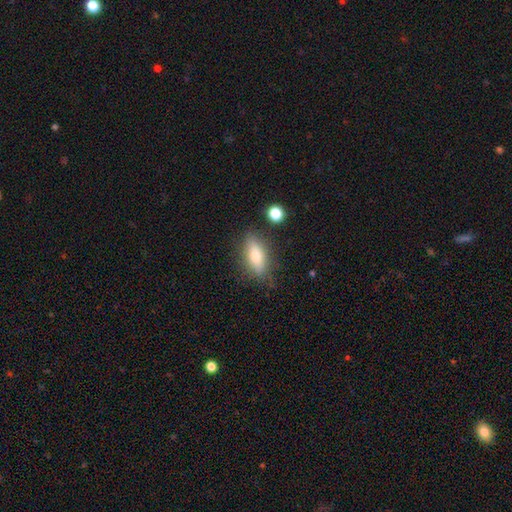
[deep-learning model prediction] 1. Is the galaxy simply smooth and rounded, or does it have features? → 66% smooth, 26% featured or disk, 8% star or artifact.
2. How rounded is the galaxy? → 66% in between, 30% cigar-shaped, 4% round.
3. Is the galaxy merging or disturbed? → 79% none, 14% minor disturbance, 4% major disturbance, 3% merger.